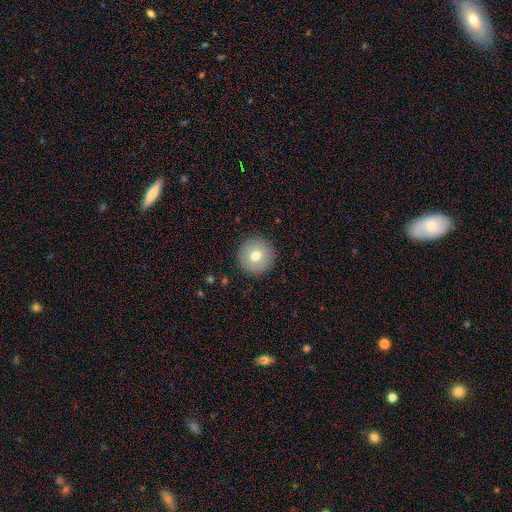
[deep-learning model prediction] smooth-or-featured: smooth: 72% | featured or disk: 19% | star or artifact: 9%
  how-rounded: round: 96% | in between: 3% | cigar-shaped: 1%
  merging: none: 90% | minor disturbance: 6% | major disturbance: 2% | merger: 1%